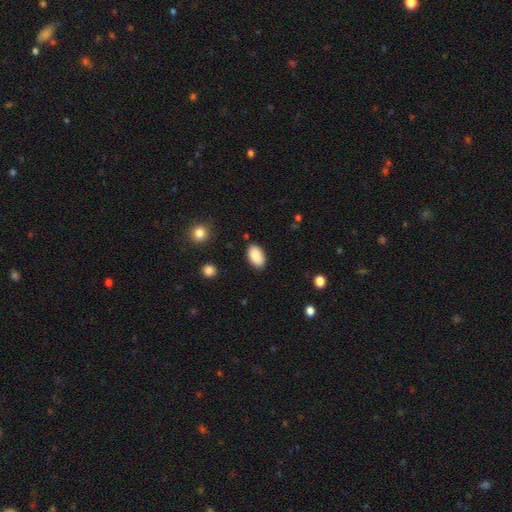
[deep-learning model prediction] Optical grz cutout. It shows a smooth galaxy with no disk features (89%) that is in between round and cigar-shaped (94%). Merging: none (86%).